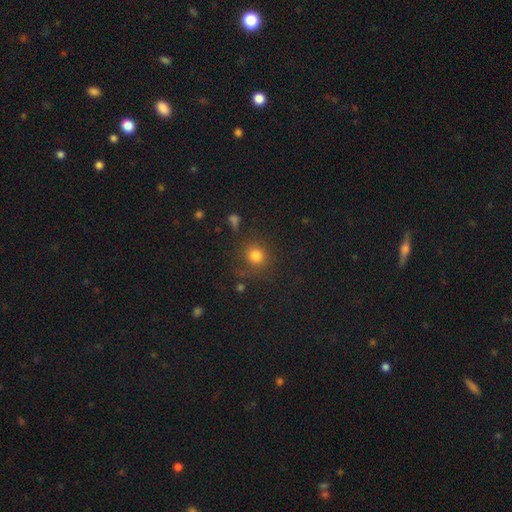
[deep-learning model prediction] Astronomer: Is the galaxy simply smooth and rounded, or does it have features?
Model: smooth — 78%.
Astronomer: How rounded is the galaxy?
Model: round — 87%.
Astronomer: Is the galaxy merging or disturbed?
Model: none — 77%.